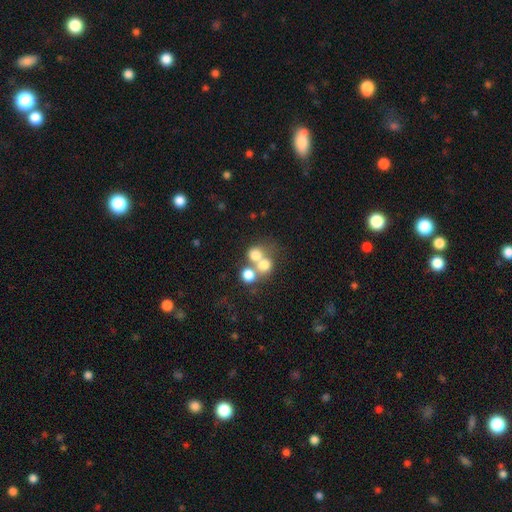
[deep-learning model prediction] This is likely a smooth galaxy (68%). How rounded: likely round (79%). Merging: possibly merger (55%).